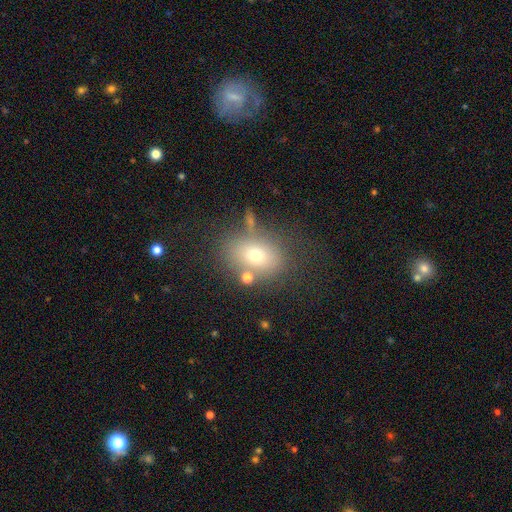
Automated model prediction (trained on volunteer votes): Smooth or featured?
  - smooth: 68% *
  - featured or disk: 18%
  - star or artifact: 15%
How rounded?
  - in between: 59% *
  - round: 40%
  - cigar-shaped: 1%
Merging?
  - none: 68% *
  - minor disturbance: 15%
  - merger: 10%
  - major disturbance: 7%